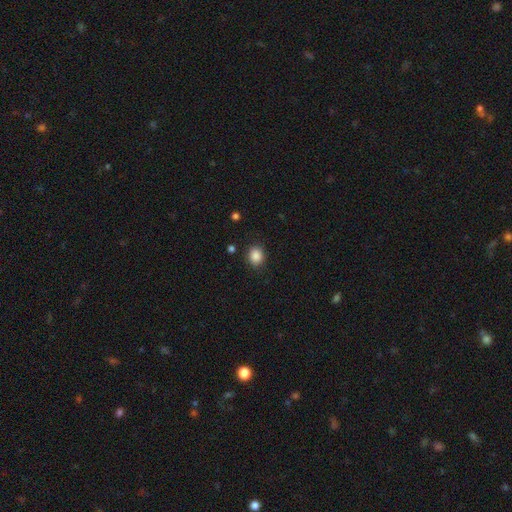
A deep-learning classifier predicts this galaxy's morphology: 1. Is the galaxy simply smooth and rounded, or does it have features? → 87% smooth, 10% star or artifact, 4% featured or disk.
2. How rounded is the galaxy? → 67% round, 32% in between, 1% cigar-shaped.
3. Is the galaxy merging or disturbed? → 85% none, 10% minor disturbance, 3% major disturbance, 2% merger.